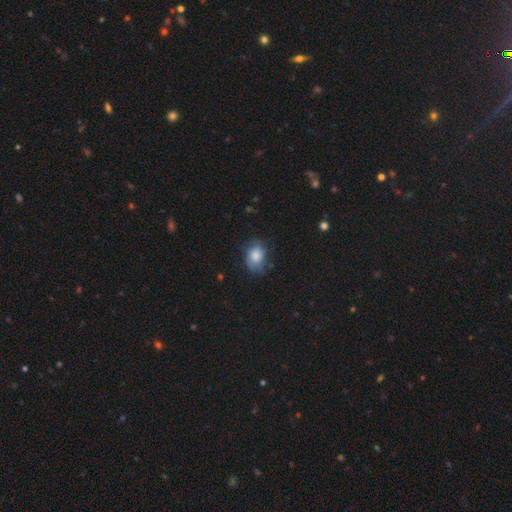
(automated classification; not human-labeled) This is likely a smooth galaxy (72%). How rounded: likely in between (69%). Merging: possibly none (57%).